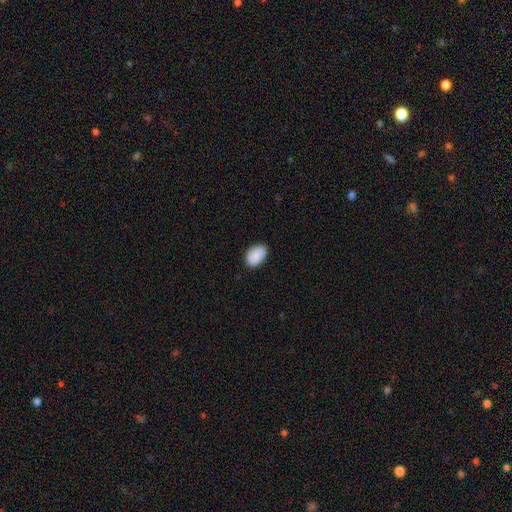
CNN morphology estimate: Overall: smooth (85%). How rounded: in between (85%). Merging: none (84%).